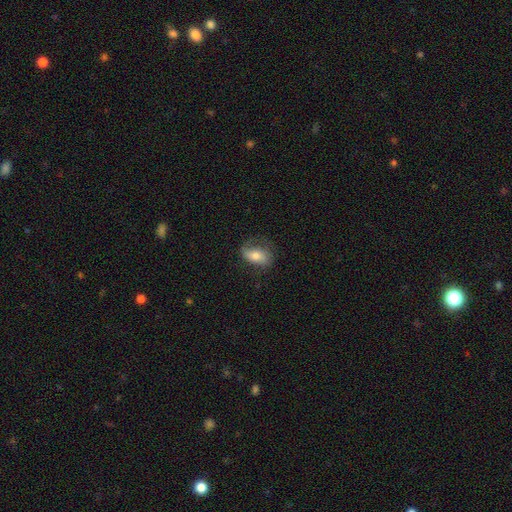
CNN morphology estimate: Overall: smooth (54%; featured or disk 38%). How rounded: in between (84%). Merging: none (58%; minor disturbance 25%).